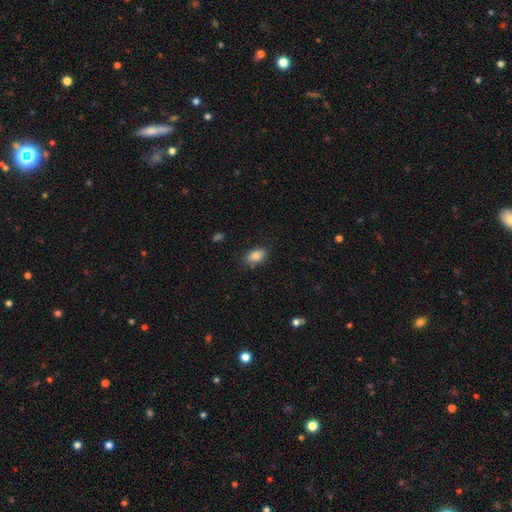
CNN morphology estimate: This is clearly a smooth galaxy (85%). How rounded: clearly in between (90%). Merging: clearly none (81%).